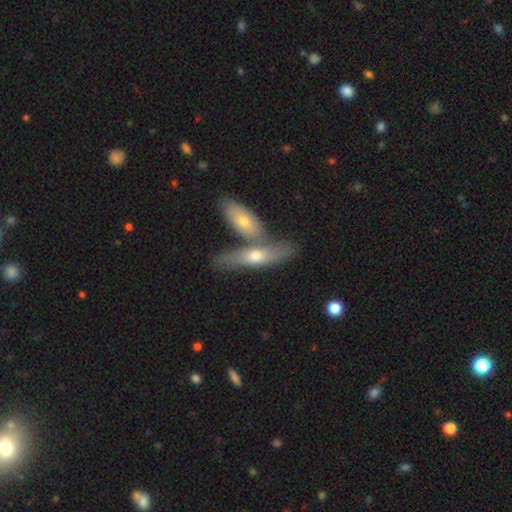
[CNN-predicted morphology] This appears to be a smooth galaxy with no disk features (47%, tied with featured or disk). Merging: none (46%).